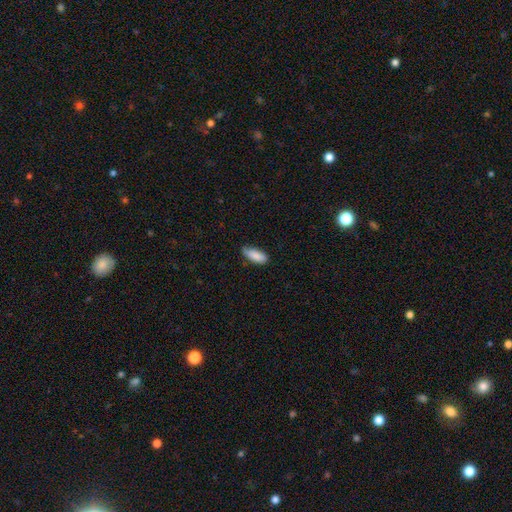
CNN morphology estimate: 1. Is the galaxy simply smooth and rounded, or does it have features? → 87% smooth, 7% star or artifact, 6% featured or disk.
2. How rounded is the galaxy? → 78% in between, 20% cigar-shaped, 2% round.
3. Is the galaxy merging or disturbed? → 65% none, 30% minor disturbance, 4% major disturbance, 1% merger.